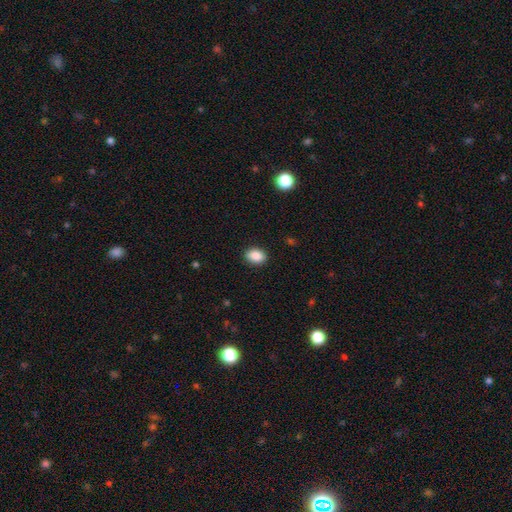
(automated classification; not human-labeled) Smooth or featured? smooth (88%)
How rounded? in between (73%)
Merging? none (89%)